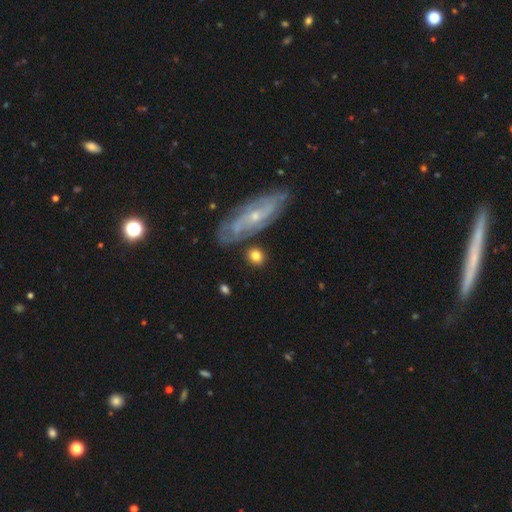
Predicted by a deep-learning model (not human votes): Q: Smooth or featured?
A: smooth (73%); runner-up: featured or disk (20%)
Q: How rounded?
A: round (67%); runner-up: in between (29%)
Q: Merging?
A: none (76%); runner-up: minor disturbance (12%)